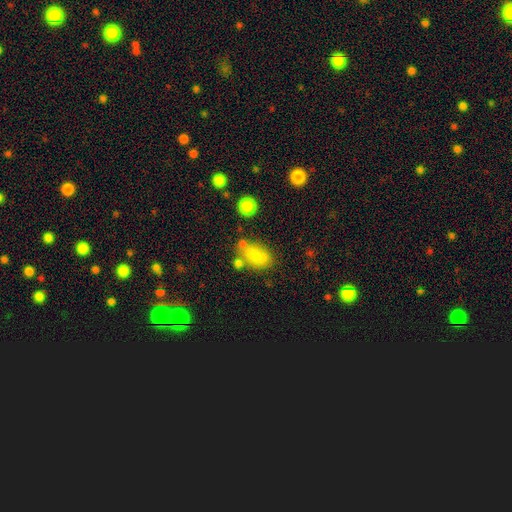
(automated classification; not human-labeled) Smooth or featured: smooth — 77% (star or artifact — 12%)
How rounded: in between — 85% (round — 11%)
Merging: none — 52% (minor disturbance — 23%)